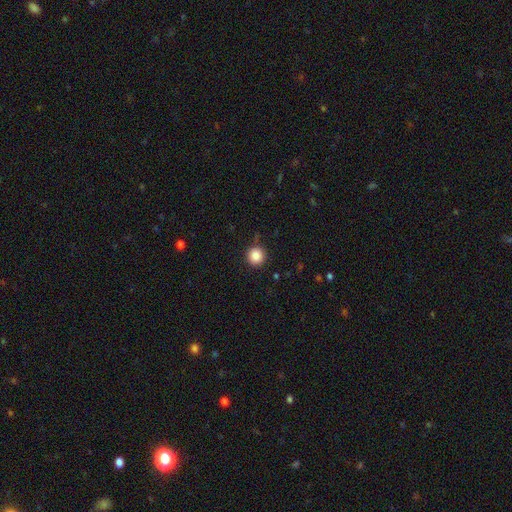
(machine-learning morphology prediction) smooth_or_featured: smooth (p=0.85) [alt: star or artifact p=0.10]
how_rounded: round (p=0.95) [alt: in between p=0.04]
merging: none (p=0.90) [alt: minor disturbance p=0.07]